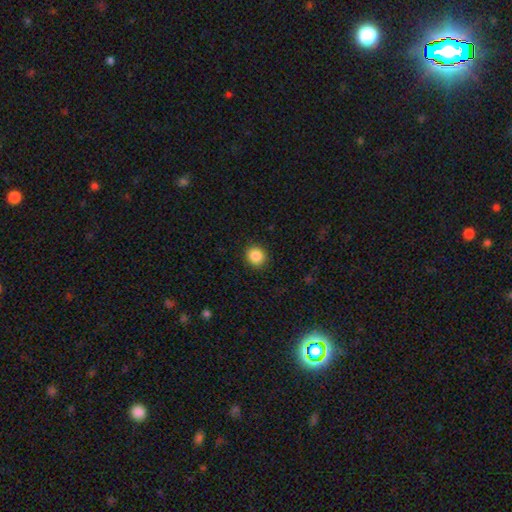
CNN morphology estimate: Smooth or featured? smooth (87%)
How rounded? round (84%)
Merging? none (91%)